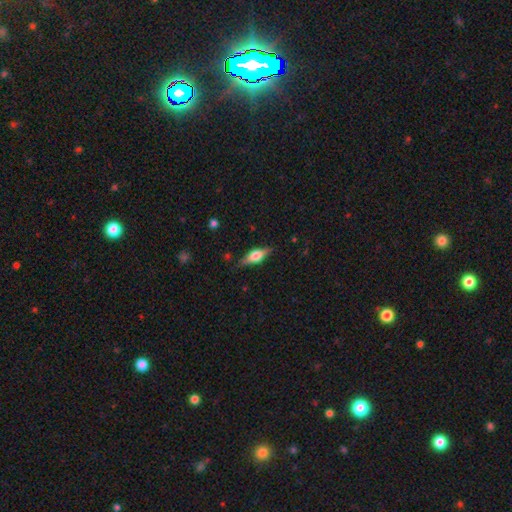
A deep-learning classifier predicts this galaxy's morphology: type=featured or disk (57%); edge-on=yes (94%); edge-on bulge=rounded (89%); merging=none (84%).